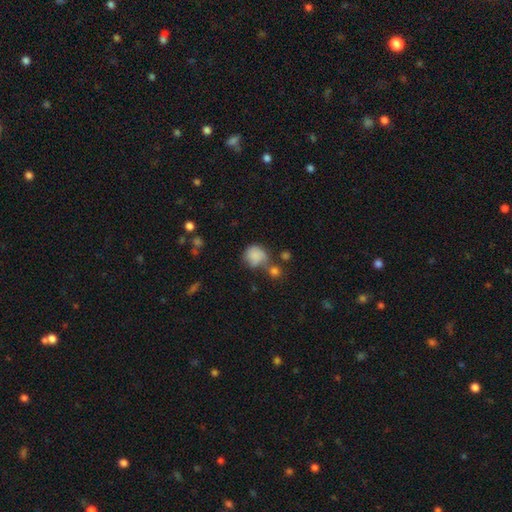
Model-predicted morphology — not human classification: This is clearly a smooth galaxy (80%). How rounded: likely round (75%). Merging: marginally none (39%).